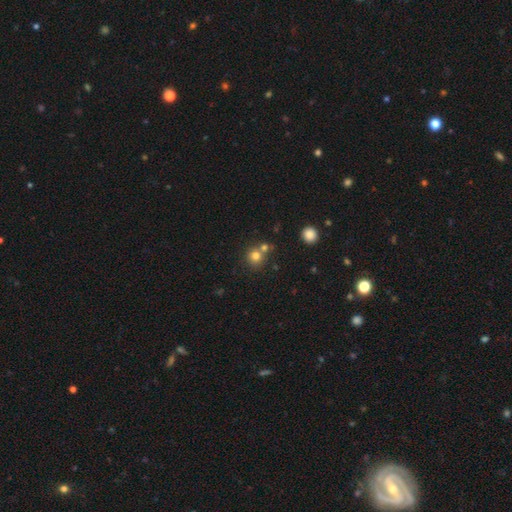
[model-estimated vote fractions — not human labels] Smooth or featured? Predicted: smooth (p=0.77). How rounded? Predicted: round (p=0.89). Merging? Predicted: none (p=0.61).